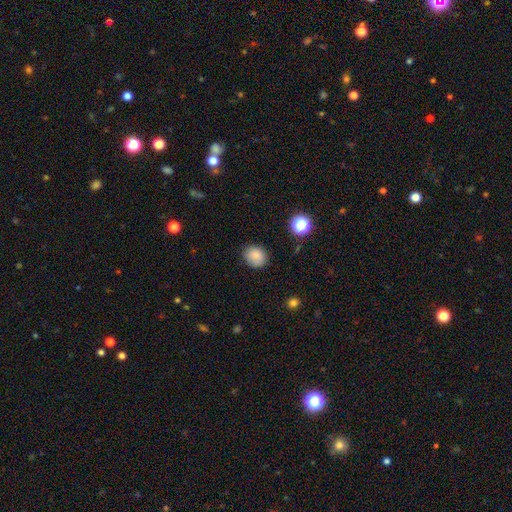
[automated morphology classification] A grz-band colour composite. It shows a smooth galaxy with no disk features (83%) that is round (73%). Merging: none (81%).